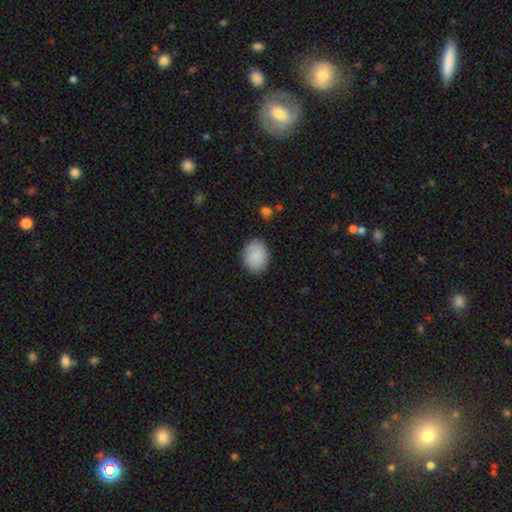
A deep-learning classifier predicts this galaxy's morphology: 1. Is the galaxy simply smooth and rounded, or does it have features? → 88% smooth, 6% star or artifact, 6% featured or disk.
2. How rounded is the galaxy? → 66% in between, 33% round, 1% cigar-shaped.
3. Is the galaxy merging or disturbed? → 83% none, 12% minor disturbance, 3% major disturbance, 1% merger.